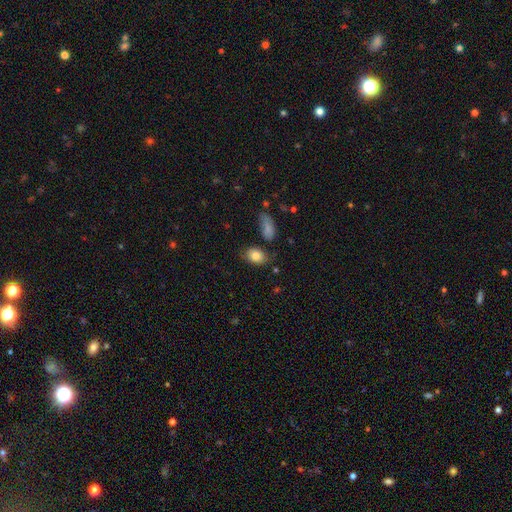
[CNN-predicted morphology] smooth 83%, featured or disk 9%, star or artifact 8%. Down the decision tree: how rounded — in between (78%); merging — none (75%).